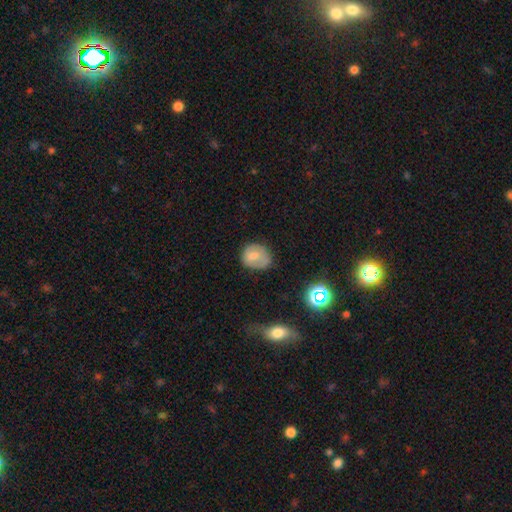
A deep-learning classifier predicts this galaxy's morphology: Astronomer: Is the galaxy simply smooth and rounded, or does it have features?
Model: smooth — 68%.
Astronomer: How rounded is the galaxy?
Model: round — 69%.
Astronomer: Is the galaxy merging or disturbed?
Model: none — 64%.